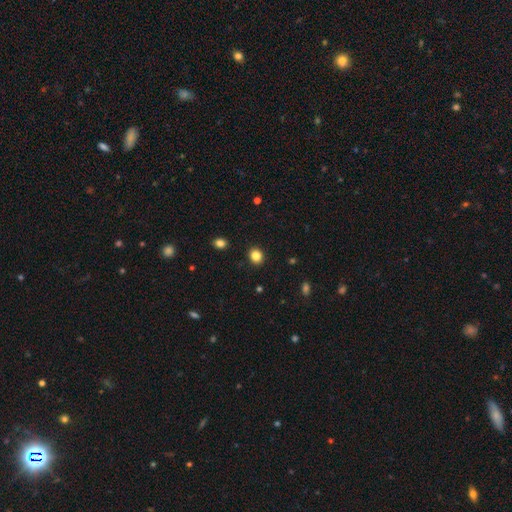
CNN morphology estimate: This is clearly a smooth galaxy (85%). How rounded: likely round (72%). Merging: clearly none (91%).